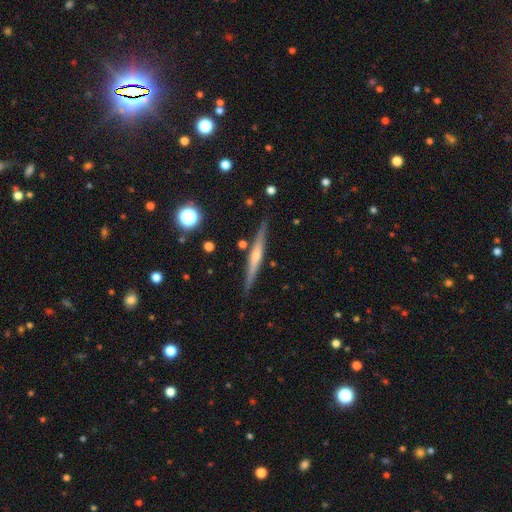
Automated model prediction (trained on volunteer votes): Smooth or featured: featured or disk — 67% (smooth — 27%)
Edge-on disk: yes — 97% (no — 3%)
Edge-on bulge: rounded — 62% (none — 29%)
Merging: none — 88% (minor disturbance — 9%)